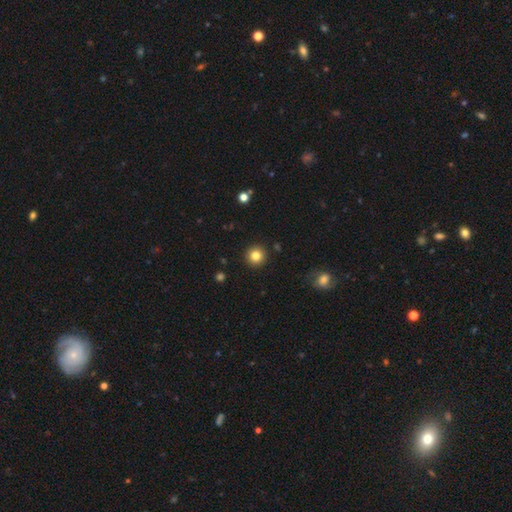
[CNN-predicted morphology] This is clearly a smooth galaxy (83%). How rounded: clearly round (95%). Merging: clearly none (92%).